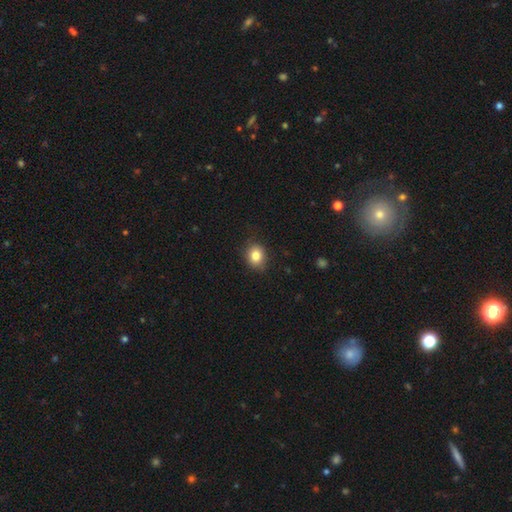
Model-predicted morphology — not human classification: This appears to be a smooth galaxy with no disk features (83%) that is round (65%). Merging: none (82%).